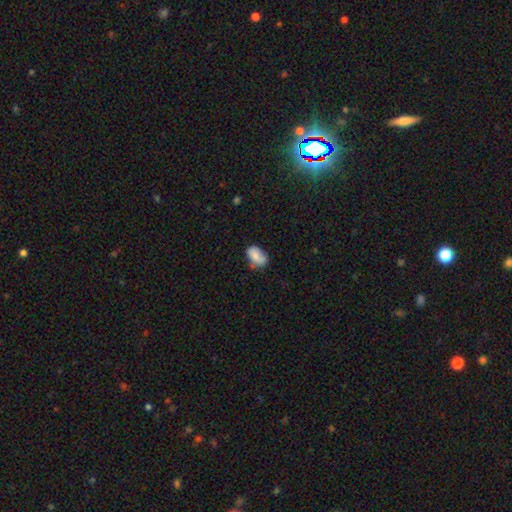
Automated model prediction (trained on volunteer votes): Morphology: type=smooth (78%); roundness=in between (89%); merging=none (57%).